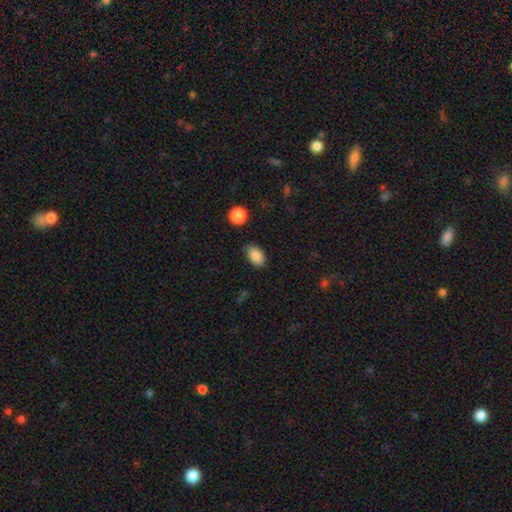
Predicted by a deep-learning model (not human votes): A smooth galaxy with no disk features (87%) that is in between round and cigar-shaped (89%).

Vote fractions:
- Smooth or featured? smooth: 87% / star or artifact: 8% / featured or disk: 5%
- How rounded? in between: 89% / round: 9% / cigar-shaped: 1%
- Merging? none: 82% / minor disturbance: 14% / major disturbance: 3% / merger: 2%